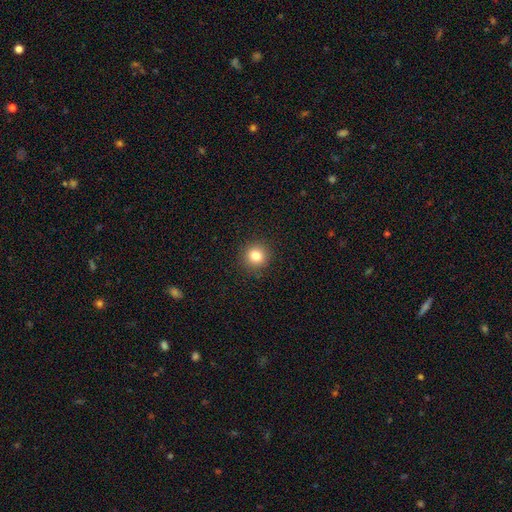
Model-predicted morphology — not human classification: type=smooth (82%); roundness=round (92%); merging=none (91%).